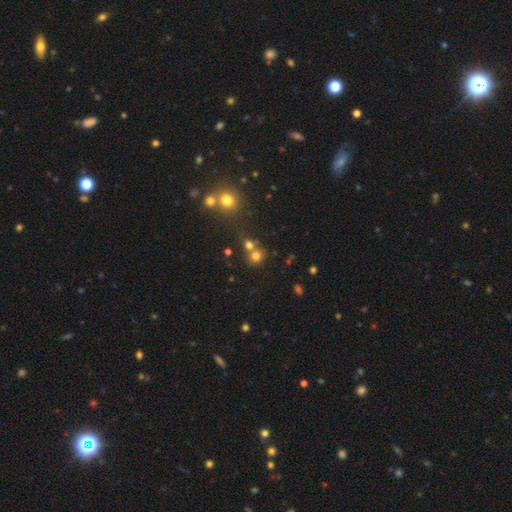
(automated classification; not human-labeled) This is likely a smooth galaxy (72%). How rounded: clearly round (85%). Merging: possibly none (55%).